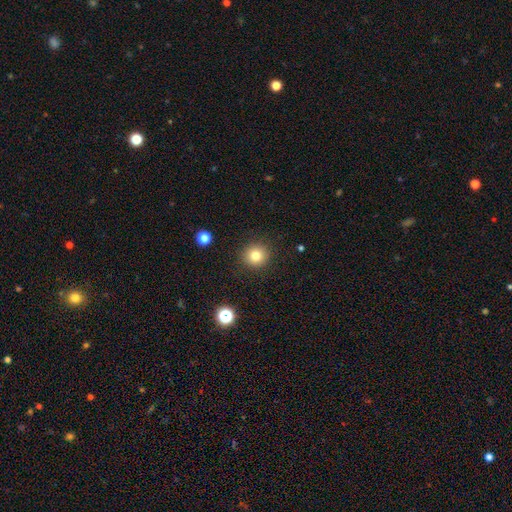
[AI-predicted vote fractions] This appears to be a smooth galaxy with no disk features (81%) that is round (92%). Merging: none (90%).